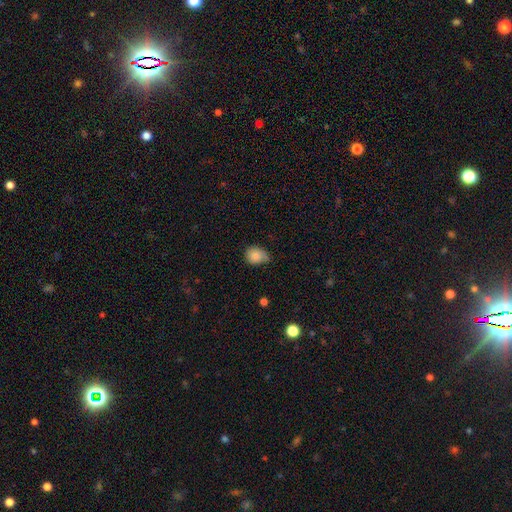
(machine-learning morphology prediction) Smooth or featured: smooth — 82% (featured or disk — 10%)
How rounded: round — 56% (in between — 43%)
Merging: none — 49% (minor disturbance — 40%)